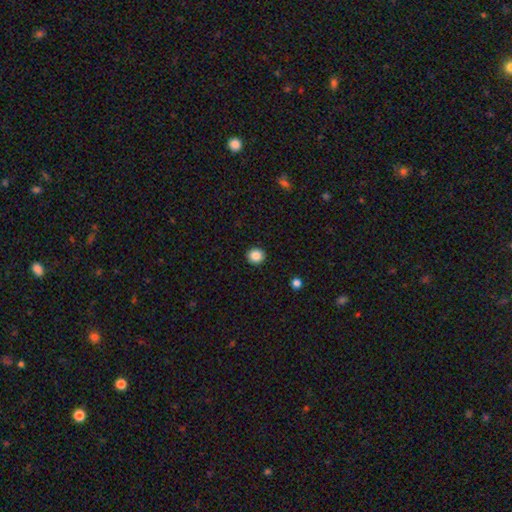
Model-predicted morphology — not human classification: Smooth or featured? Predicted: smooth (p=0.88). How rounded? Predicted: round (p=0.91). Merging? Predicted: none (p=0.93).